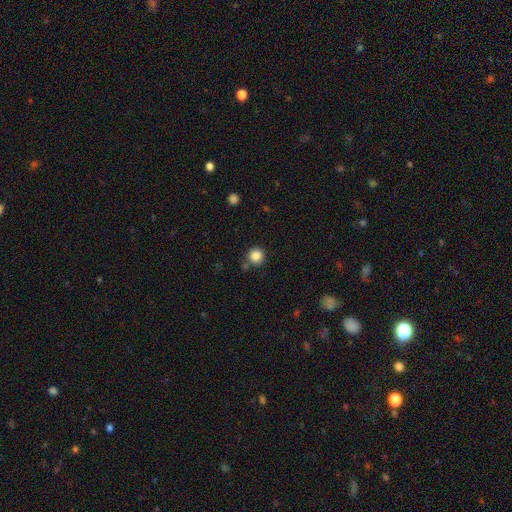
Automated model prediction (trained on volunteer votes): A smooth galaxy with no disk features (86%) that is round (94%). Merging: none (79%).